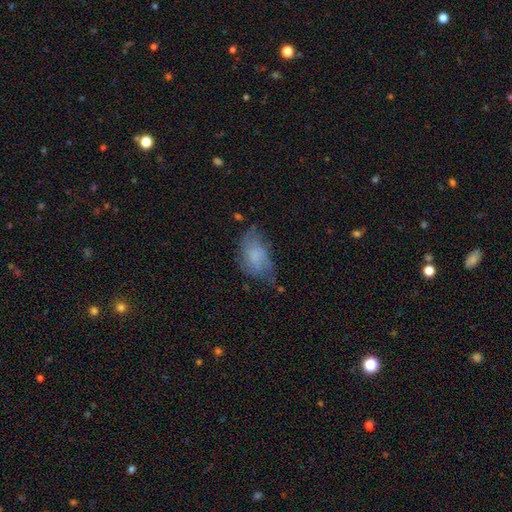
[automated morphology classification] smooth-or-featured: smooth: 56% | featured or disk: 35% | star or artifact: 9%
  how-rounded: in between: 90% | round: 7% | cigar-shaped: 3%
  merging: none: 44% | minor disturbance: 35% | major disturbance: 19% | merger: 2%